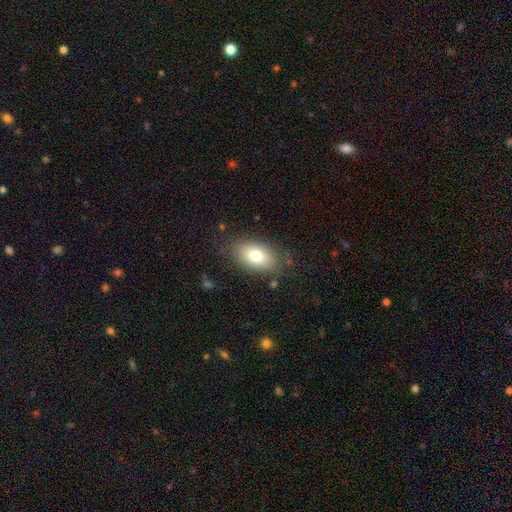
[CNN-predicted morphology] Smooth or featured? Predicted: smooth (p=0.75). How rounded? Predicted: in between (p=0.90). Merging? Predicted: none (p=0.81).